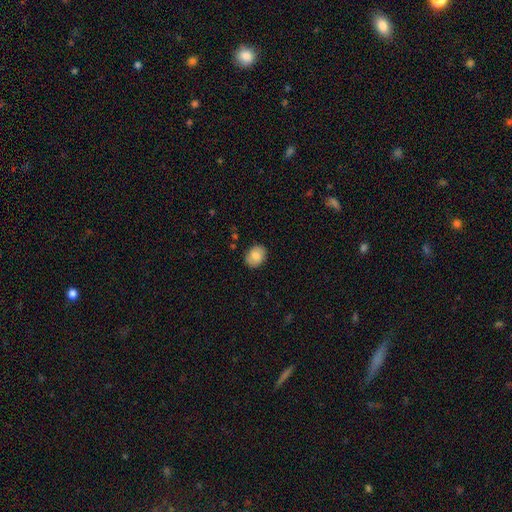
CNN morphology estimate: Overall: smooth (80%). How rounded: in between (50%; round 49%). Merging: none (85%).